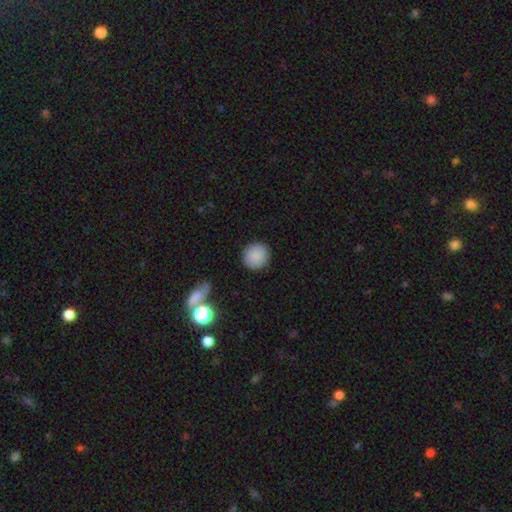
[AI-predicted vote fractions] Smooth or featured? Predicted: smooth (p=0.87). How rounded? Predicted: round (p=0.92). Merging? Predicted: none (p=0.90).